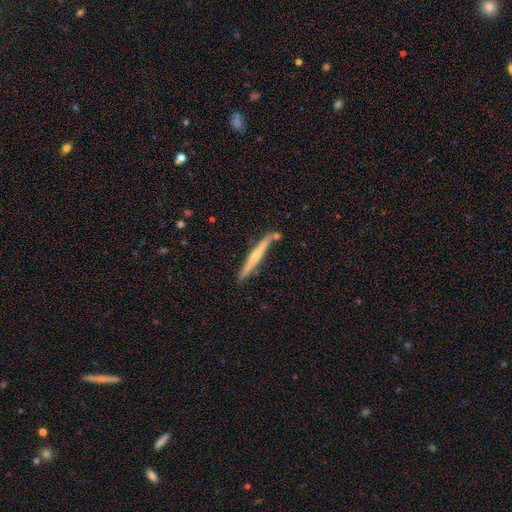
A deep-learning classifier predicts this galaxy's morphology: smooth_or_featured: featured or disk (p=0.62) [alt: smooth p=0.32]
disk_edge_on: yes (p=0.97) [alt: no p=0.03]
edge_on_bulge: rounded (p=0.75) [alt: none p=0.20]
merging: none (p=0.78) [alt: minor disturbance p=0.12]